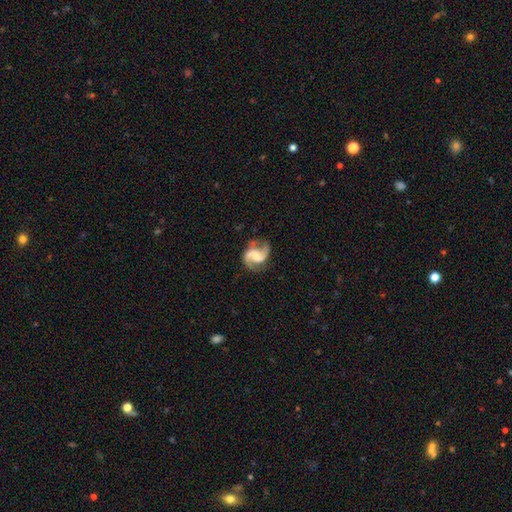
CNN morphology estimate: smooth-or-featured: featured or disk: 90% | smooth: 5% | star or artifact: 4%
  disk-edge-on: no: 98% | yes: 2%
    bar: no: 44% | weak: 42% | strong: 14%
    has-spiral-arms: yes: 98% | no: 2%
      spiral-winding: medium: 56% | loose: 31% | tight: 13%
      spiral-arm-count: 2: 94% | can't tell: 2% | 1: 1% | 3: 1% | 4: 1% | more than 4: 1%
    bulge-size: moderate: 36% (tied) | small: 36% (tied) | none: 19% | large: 7% | dominant: 2%
  merging: none: 78% | minor disturbance: 15% | major disturbance: 6% | merger: 2%